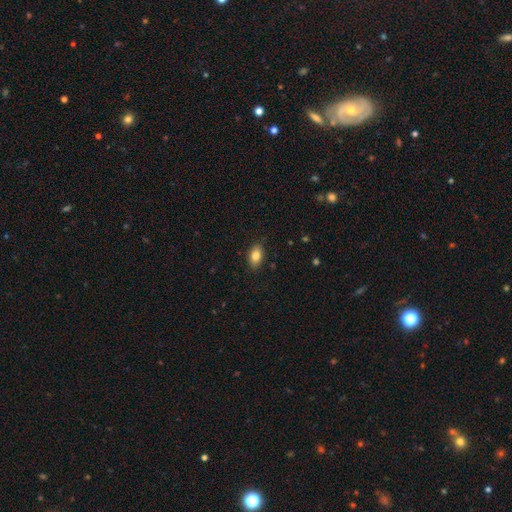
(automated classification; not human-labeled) Smooth or featured? Predicted: smooth (p=0.84). How rounded? Predicted: in between (p=0.90). Merging? Predicted: none (p=0.87).